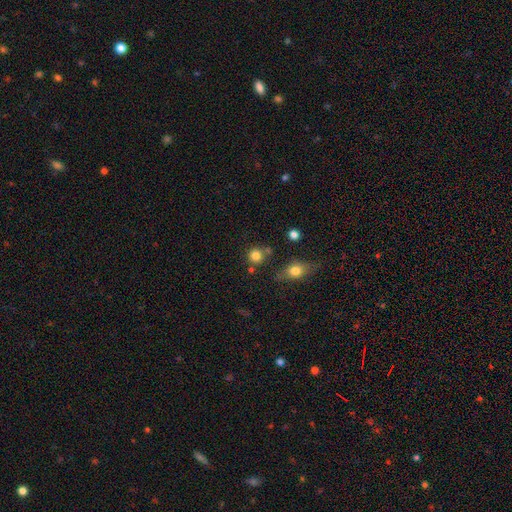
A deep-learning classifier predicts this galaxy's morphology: Smooth or featured: smooth — 81% (star or artifact — 12%)
How rounded: round — 90% (in between — 9%)
Merging: none — 71% (merger — 14%)